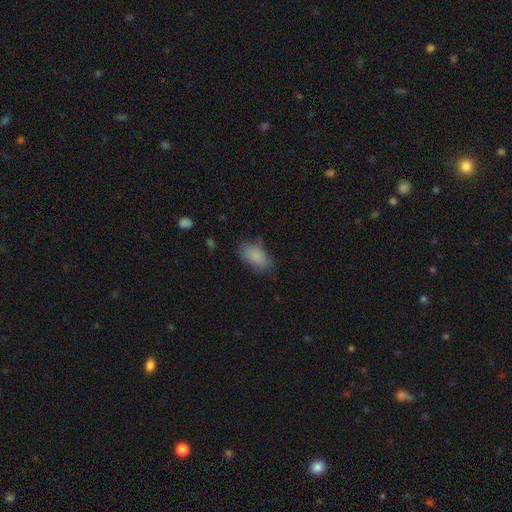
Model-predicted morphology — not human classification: type=smooth (85%); roundness=in between (90%); merging=none (67%).